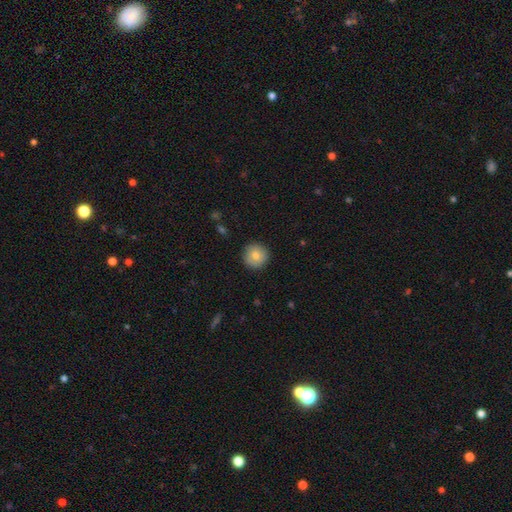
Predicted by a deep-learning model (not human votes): smooth-or-featured: smooth: 81% | featured or disk: 11% | star or artifact: 8%
  how-rounded: round: 95% | in between: 4% | cigar-shaped: 1%
  merging: none: 91% | minor disturbance: 6% | major disturbance: 2% | merger: 1%